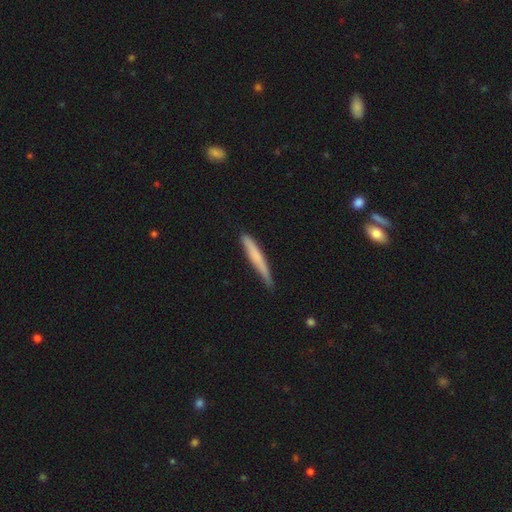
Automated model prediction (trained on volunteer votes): This appears to be a smooth galaxy with no disk features (68%) that is cigar-shaped (96%). Merging: none (70%).